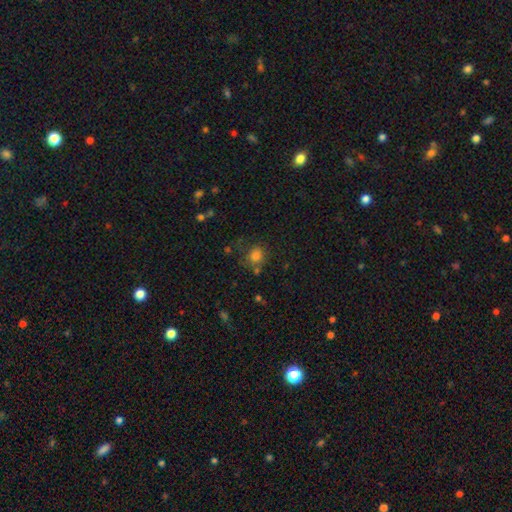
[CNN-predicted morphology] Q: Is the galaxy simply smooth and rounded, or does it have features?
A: smooth — 79%.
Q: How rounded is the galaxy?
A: round — 76%.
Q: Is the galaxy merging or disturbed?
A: none — 60%.